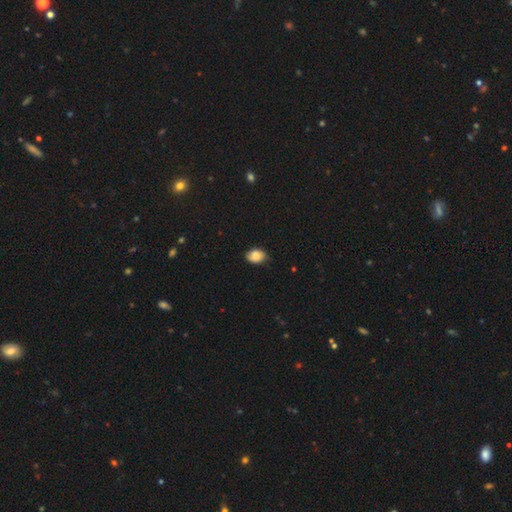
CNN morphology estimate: Smooth or featured? Predicted: smooth (p=0.85). How rounded? Predicted: in between (p=0.68). Merging? Predicted: none (p=0.77).